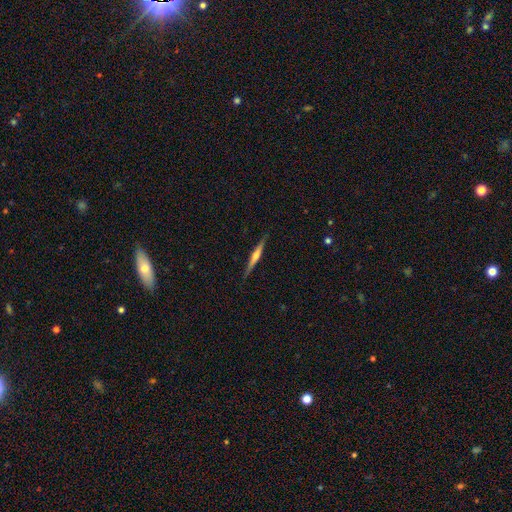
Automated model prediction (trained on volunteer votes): Smooth or featured? featured or disk (72%)
Edge-on disk? yes (98%)
Edge-on bulge? rounded (78%)
Merging? none (90%)